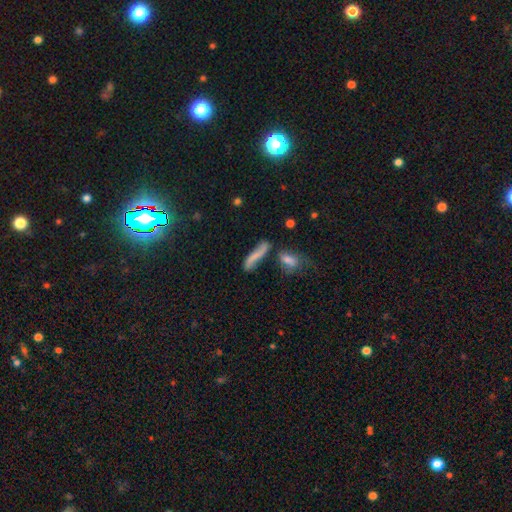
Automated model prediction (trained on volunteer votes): A smooth galaxy with no disk features (59%) that is cigar-shaped (76%).

Vote fractions:
- Smooth or featured? smooth: 59% / featured or disk: 30% / star or artifact: 10%
- How rounded? cigar-shaped: 76% / in between: 21% / round: 3%
- Merging? none: 48% / merger: 21% / minor disturbance: 20% / major disturbance: 11%